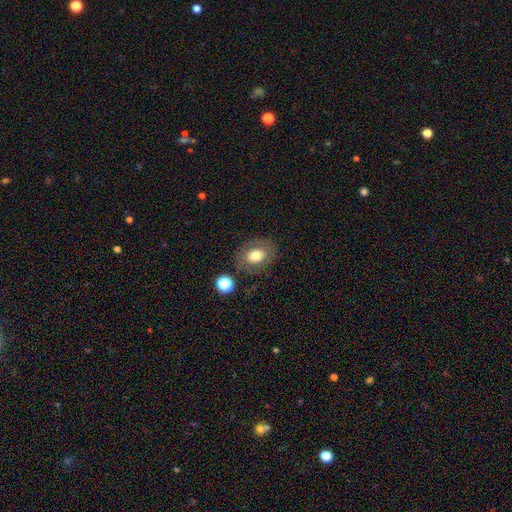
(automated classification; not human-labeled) smooth-or-featured: smooth: 68% | featured or disk: 22% | star or artifact: 9%
  how-rounded: in between: 58% | round: 41% | cigar-shaped: 1%
  merging: none: 78% | minor disturbance: 13% | major disturbance: 6% | merger: 3%